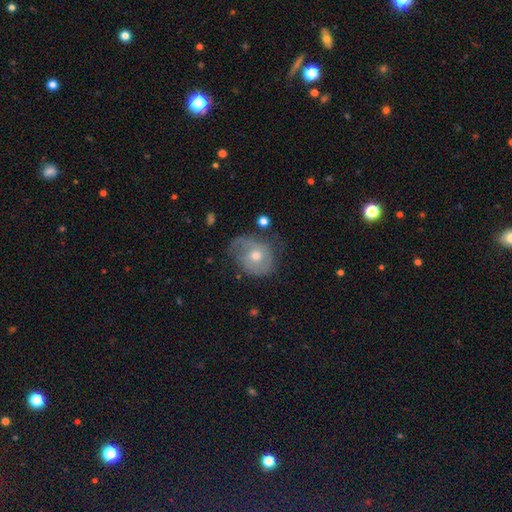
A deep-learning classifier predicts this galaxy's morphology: Smooth or featured: featured or disk — 66% (smooth — 26%)
Edge-on disk: no — 97% (yes — 3%)
Bar: no — 73% (weak — 23%)
Spiral arms: yes — 83% (no — 17%)
Spiral winding: tight — 43% (medium — 39%)
Spiral arm count: 2 — 55% (can't tell — 19%)
Bulge size: moderate — 75% (small — 16%)
Merging: none — 58% (minor disturbance — 26%)